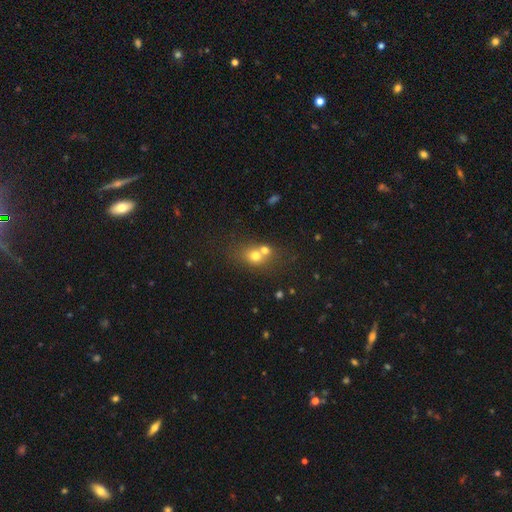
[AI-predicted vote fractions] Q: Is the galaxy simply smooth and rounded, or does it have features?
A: smooth — 68%.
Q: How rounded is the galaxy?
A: round — 62%.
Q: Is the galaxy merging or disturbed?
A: merger — 49%.